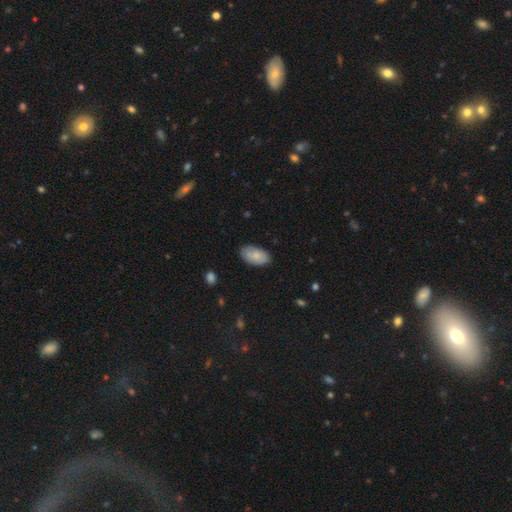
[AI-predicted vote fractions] Q: Smooth or featured?
A: smooth (78%); runner-up: featured or disk (15%)
Q: How rounded?
A: in between (95%); runner-up: round (4%)
Q: Merging?
A: none (83%); runner-up: minor disturbance (14%)